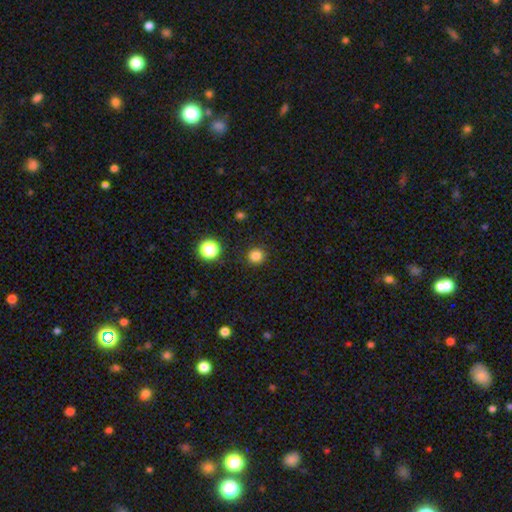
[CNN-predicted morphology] smooth-or-featured: smooth: 82% | star or artifact: 14% | featured or disk: 4%
  how-rounded: round: 91% | in between: 8% | cigar-shaped: 1%
  merging: none: 91% | minor disturbance: 6% | major disturbance: 2% | merger: 1%